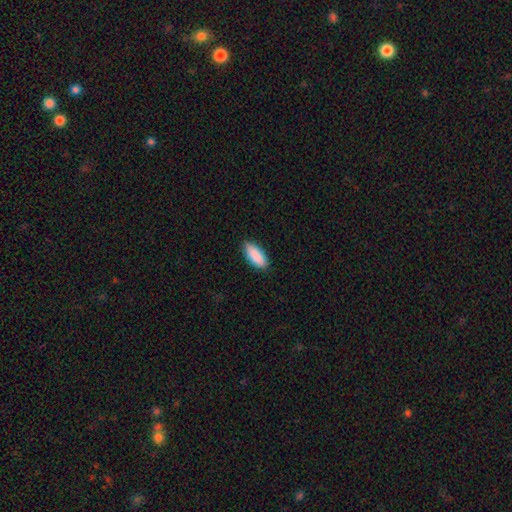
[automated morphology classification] This appears to be a smooth galaxy with no disk features (90%) that is in between round and cigar-shaped (82%). Merging: none (86%).